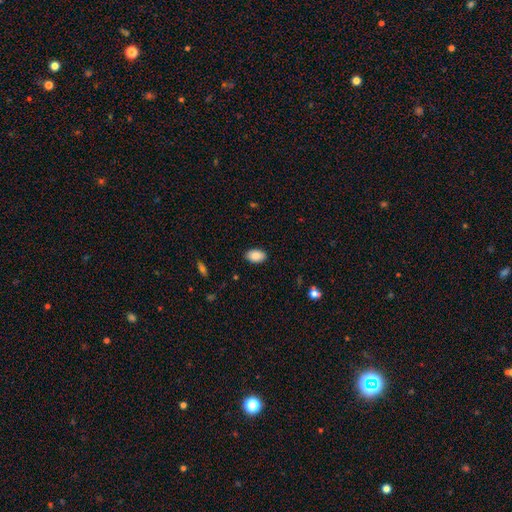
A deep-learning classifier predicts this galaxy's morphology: smooth 88%, star or artifact 7%, featured or disk 5%. Down the decision tree: how rounded — in between (91%); merging — none (89%).